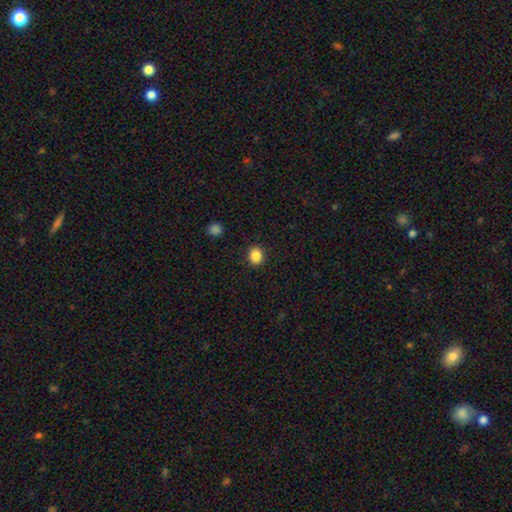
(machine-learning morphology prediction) This is clearly a smooth galaxy (86%). How rounded: likely round (62%). Merging: clearly none (89%).